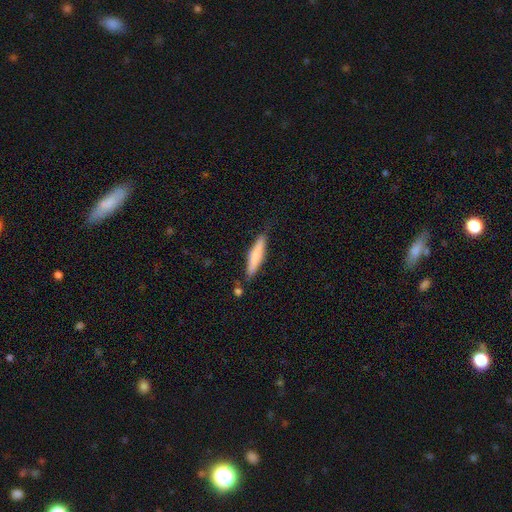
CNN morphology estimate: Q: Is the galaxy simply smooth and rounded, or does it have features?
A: smooth — 70%.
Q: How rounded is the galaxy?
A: cigar-shaped — 85%.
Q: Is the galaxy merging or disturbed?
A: none — 76%.